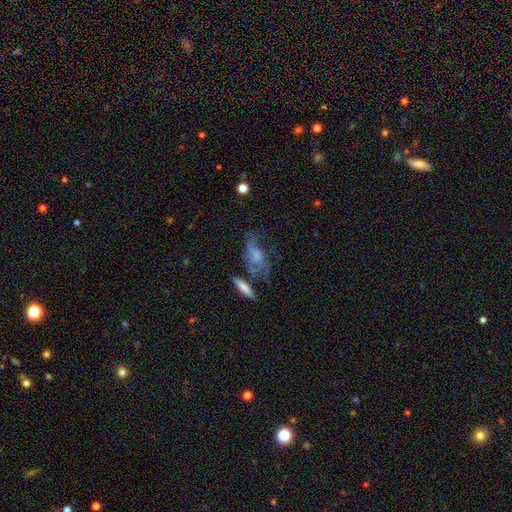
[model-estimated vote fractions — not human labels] Smooth or featured? featured or disk (60%)
Edge-on disk? no (90%)
Bar? no (66%)
Spiral arms? yes (74%)
Bulge size? small (41%)
Merging? none (36%)